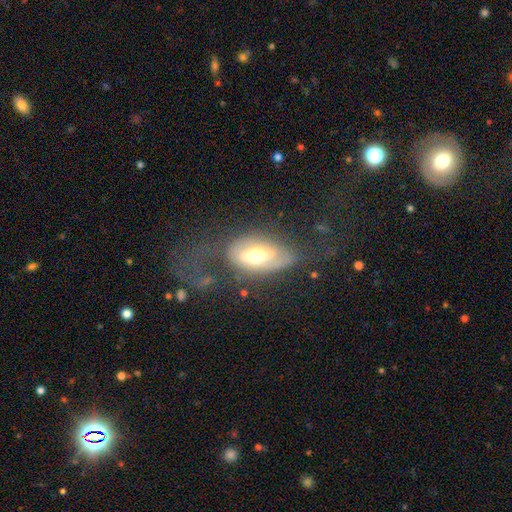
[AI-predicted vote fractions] Smooth or featured: featured or disk — 48% (smooth — 45%)
Merging: major disturbance — 40% (none — 33%)